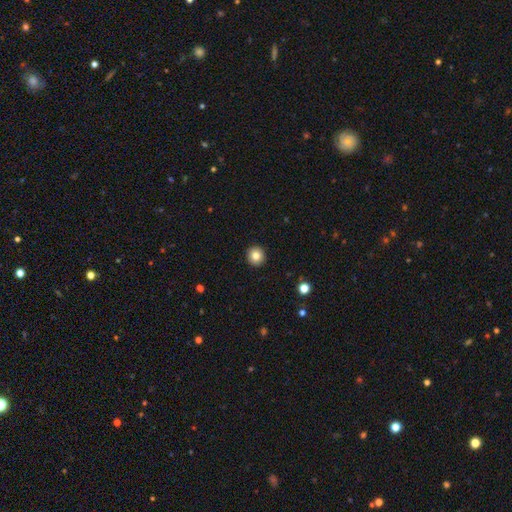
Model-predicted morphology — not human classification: This appears to be a smooth galaxy with no disk features (82%) that is round (94%). Merging: none (93%).